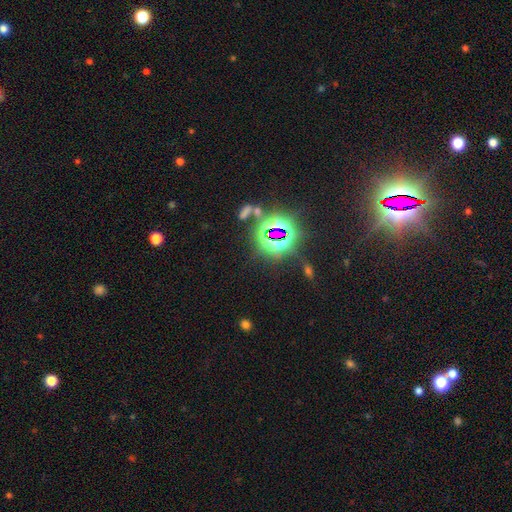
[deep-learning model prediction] star or artifact 81%, smooth 10%, featured or disk 9%.